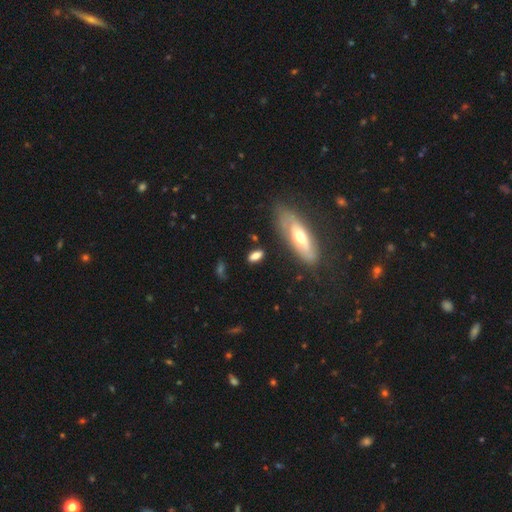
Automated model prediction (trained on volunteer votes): Smooth or featured: smooth — 70% (featured or disk — 21%)
How rounded: in between — 68% (cigar-shaped — 25%)
Merging: none — 72% (minor disturbance — 16%)